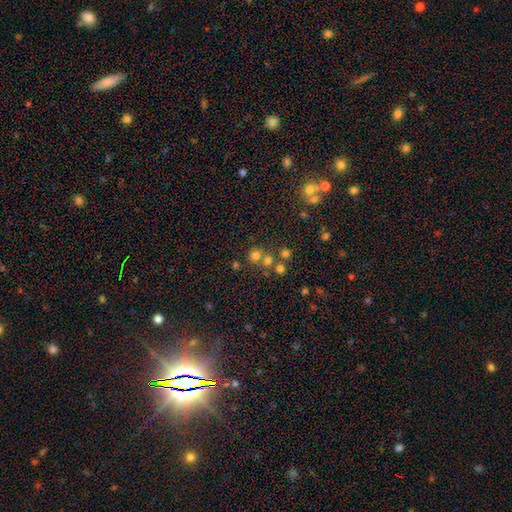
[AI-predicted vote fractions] Smooth or featured: smooth — 67% (star or artifact — 22%)
How rounded: round — 86% (in between — 13%)
Merging: none — 58% (merger — 31%)